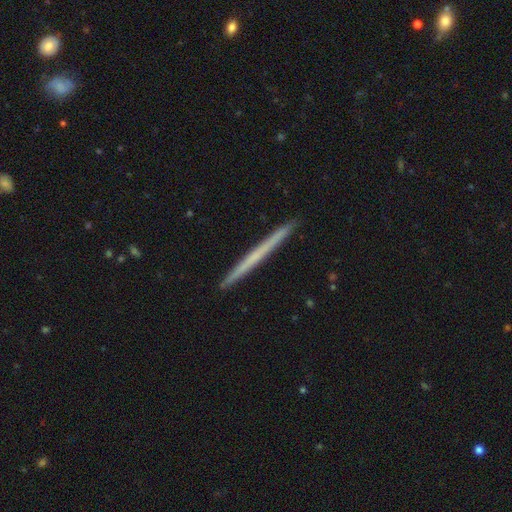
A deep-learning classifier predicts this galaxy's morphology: featured or disk 49%, smooth 46%, star or artifact 5%. Down the decision tree: merging — none (93%).